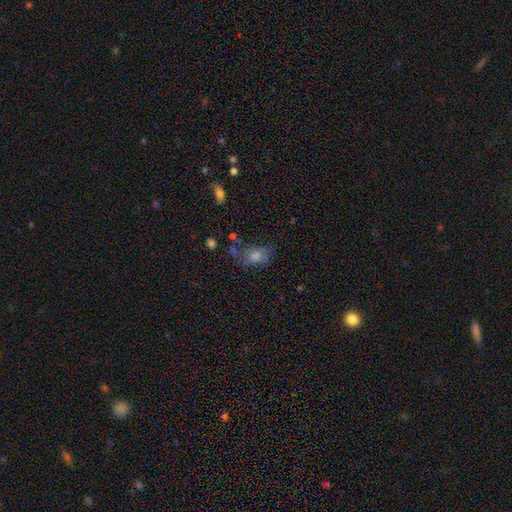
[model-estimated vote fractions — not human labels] A smooth galaxy with no disk features (51%) that is in between round and cigar-shaped (70%). Merging: none (49%).